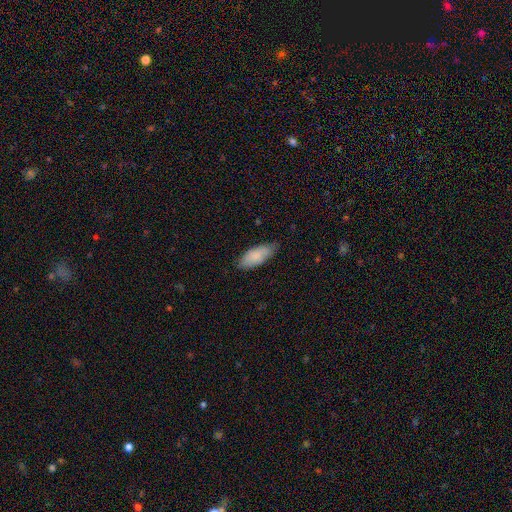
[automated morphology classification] Smooth or featured? smooth (84%)
How rounded? in between (82%)
Merging? none (74%)